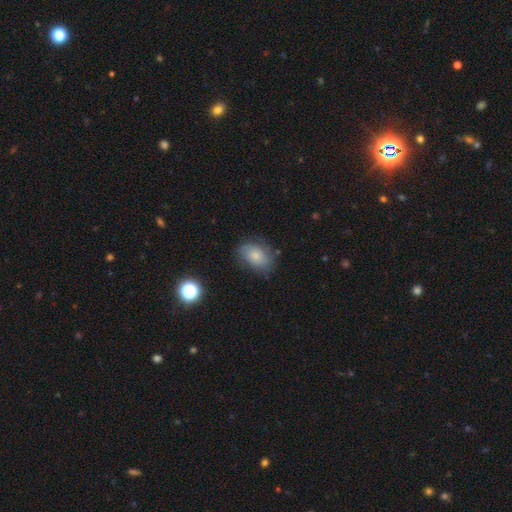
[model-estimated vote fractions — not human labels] This is likely a smooth galaxy (68%). How rounded: likely in between (79%). Merging: likely none (69%).